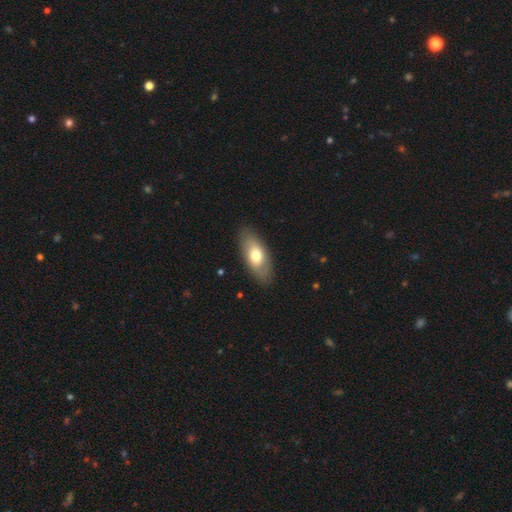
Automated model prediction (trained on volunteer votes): This is likely a smooth galaxy (65%). How rounded: clearly in between (88%). Merging: clearly none (84%).